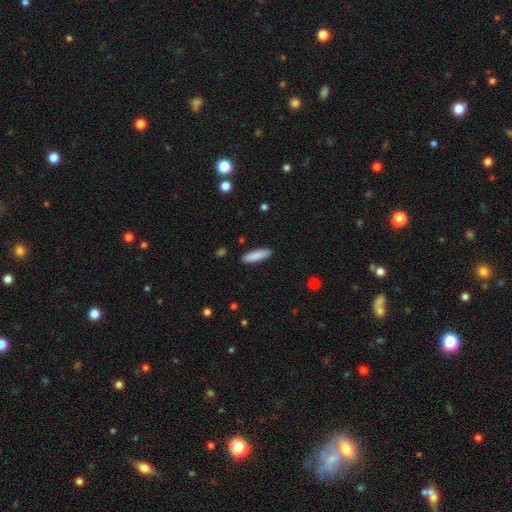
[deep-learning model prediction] Overall: smooth (87%). How rounded: cigar-shaped (65%; in between 33%). Merging: none (89%).